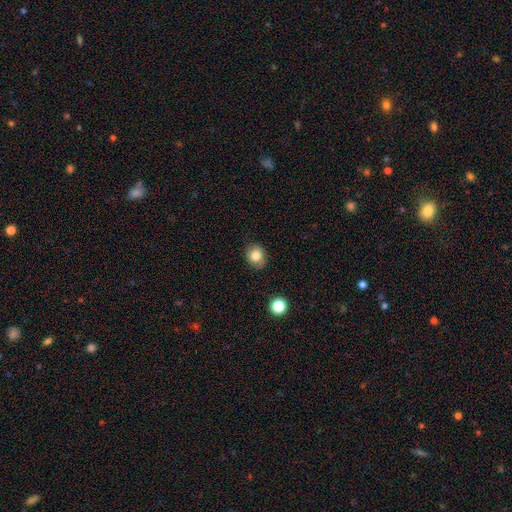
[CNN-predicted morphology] type=smooth (82%); roundness=round (64%); merging=none (83%).